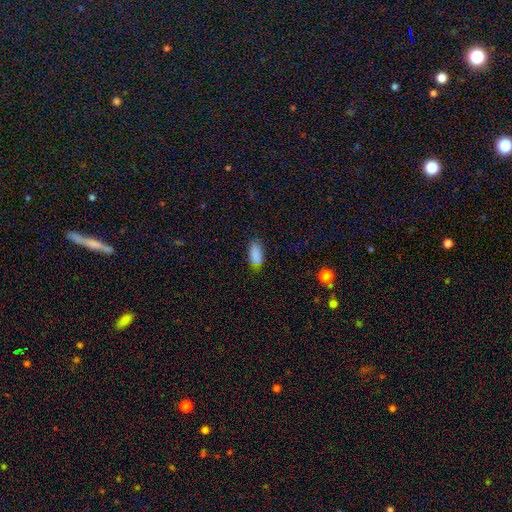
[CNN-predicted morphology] A smooth galaxy with no disk features (88%) that is in between round and cigar-shaped (86%).

Vote fractions:
- Smooth or featured? smooth: 88% / star or artifact: 7% / featured or disk: 5%
- How rounded? in between: 86% / cigar-shaped: 12% / round: 2%
- Merging? none: 79% / minor disturbance: 16% / major disturbance: 3% / merger: 1%